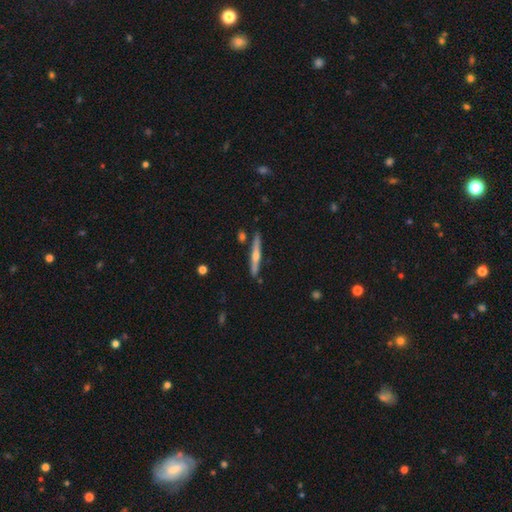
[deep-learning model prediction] Smooth or featured: featured or disk — 60% (smooth — 35%)
Edge-on disk: yes — 97% (no — 3%)
Edge-on bulge: rounded — 85% (none — 12%)
Merging: none — 86% (minor disturbance — 9%)